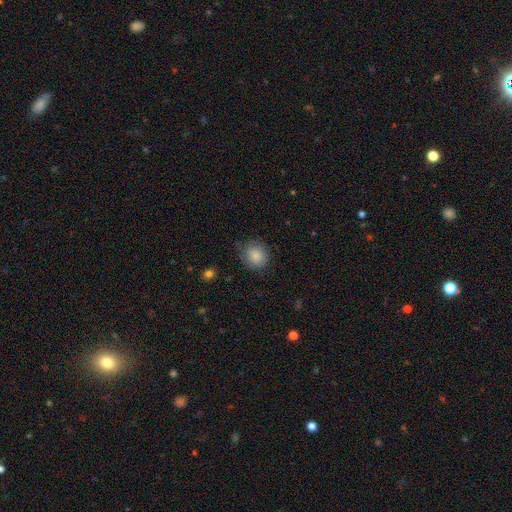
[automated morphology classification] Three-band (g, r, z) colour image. It shows a smooth galaxy with no disk features (85%) that is round (78%). Merging: none (78%).